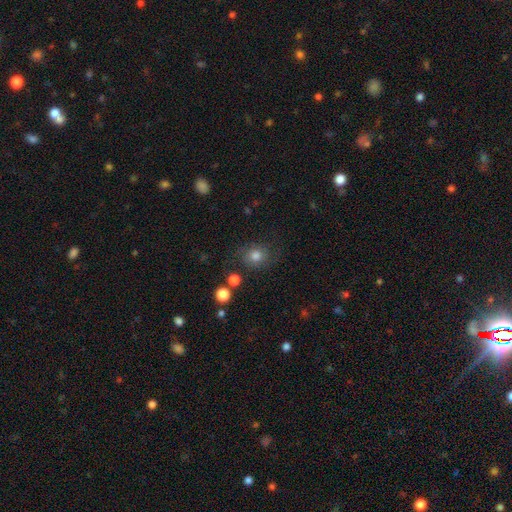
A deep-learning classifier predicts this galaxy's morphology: smooth 75%, star or artifact 13%, featured or disk 13%. Down the decision tree: how rounded — round (73%); merging — none (74%).